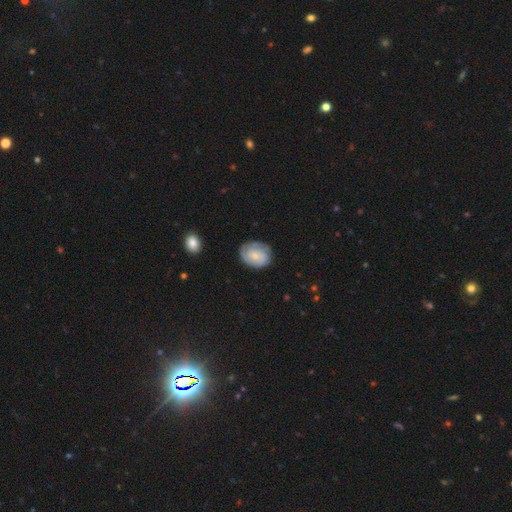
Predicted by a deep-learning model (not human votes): smooth-or-featured: smooth: 58% | featured or disk: 35% | star or artifact: 7%
  how-rounded: in between: 61% | round: 38% | cigar-shaped: 1%
  merging: none: 73% | minor disturbance: 20% | major disturbance: 5% | merger: 1%